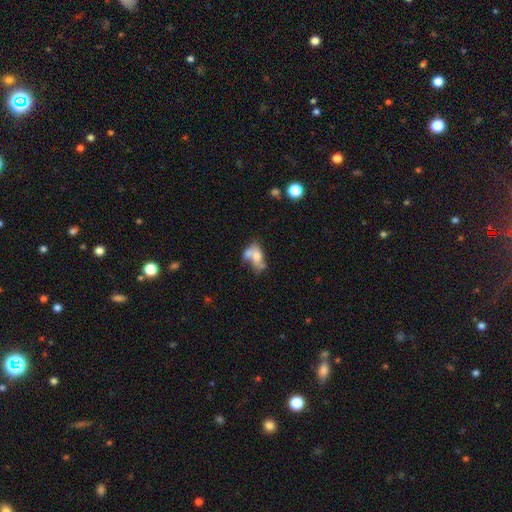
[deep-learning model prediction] smooth-or-featured: smooth: 50% | featured or disk: 40% | star or artifact: 10%
  merging: merger: 50% | none: 21% | major disturbance: 16% | minor disturbance: 13%